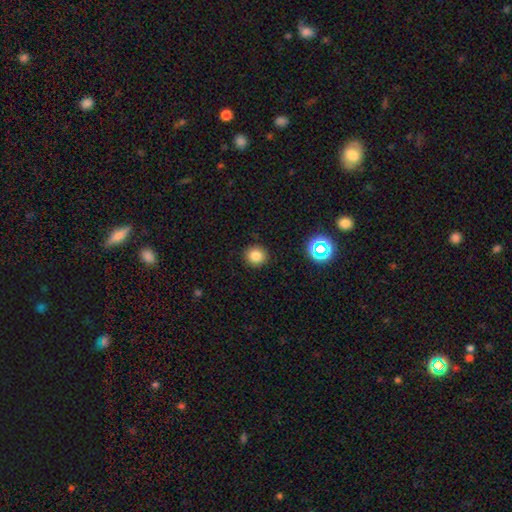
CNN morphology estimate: This is clearly a smooth galaxy (80%). How rounded: clearly round (91%). Merging: clearly none (91%).